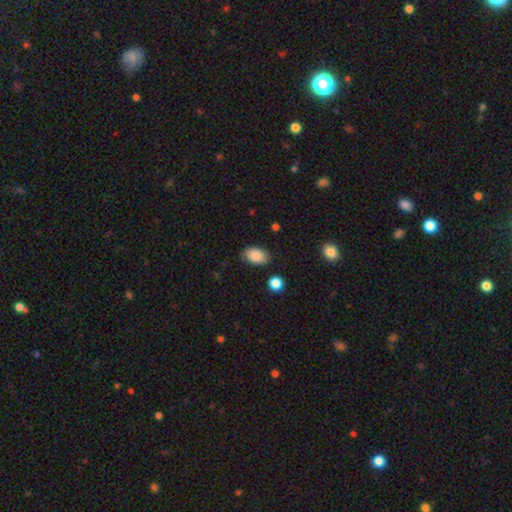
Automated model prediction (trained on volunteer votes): smooth-or-featured: smooth: 87% | star or artifact: 7% | featured or disk: 6%
  how-rounded: in between: 91% | round: 8% | cigar-shaped: 1%
  merging: none: 82% | minor disturbance: 13% | major disturbance: 3% | merger: 2%